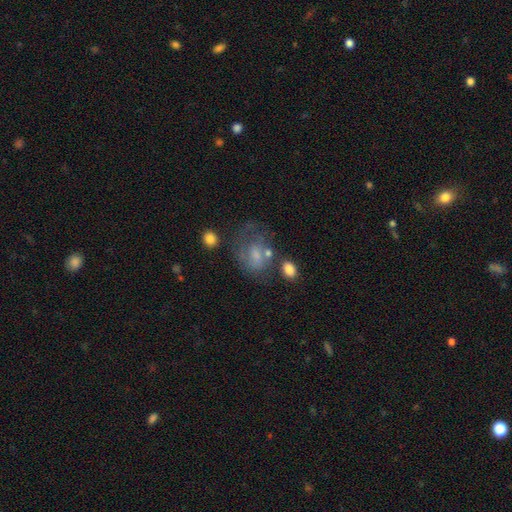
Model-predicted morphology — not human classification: Smooth or featured?
  - smooth: 47% *
  - featured or disk: 41%
  - star or artifact: 12%
Merging?
  - none: 34% *
  - major disturbance: 30%
  - minor disturbance: 23%
  - merger: 13%